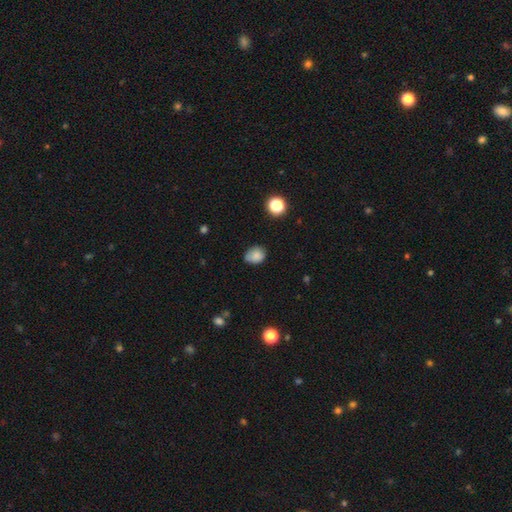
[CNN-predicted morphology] Q: Smooth or featured?
A: smooth (82%); runner-up: star or artifact (10%)
Q: How rounded?
A: in between (53%); runner-up: round (46%)
Q: Merging?
A: none (66%); runner-up: minor disturbance (26%)